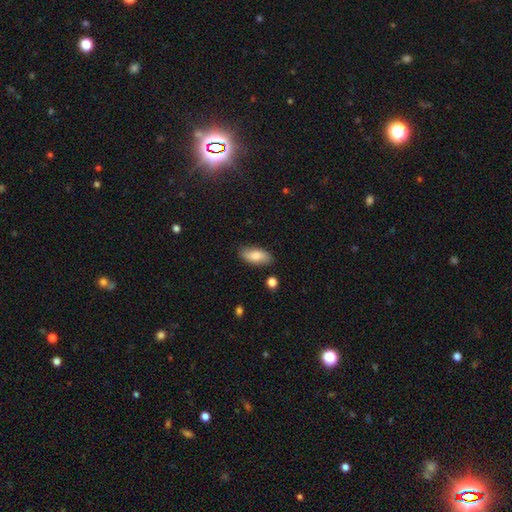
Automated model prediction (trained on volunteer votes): Q: Smooth or featured?
A: smooth (78%); runner-up: featured or disk (16%)
Q: How rounded?
A: in between (87%); runner-up: cigar-shaped (10%)
Q: Merging?
A: none (84%); runner-up: minor disturbance (11%)